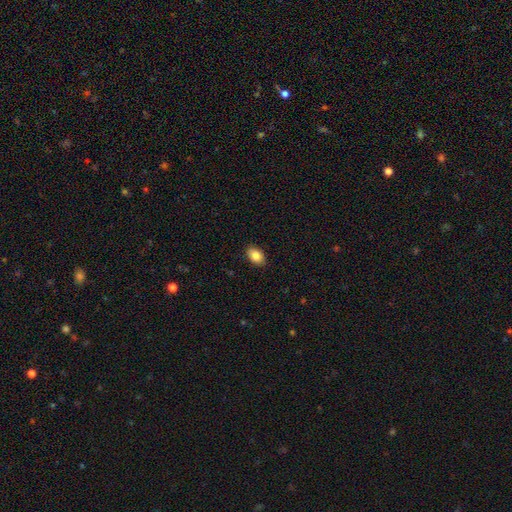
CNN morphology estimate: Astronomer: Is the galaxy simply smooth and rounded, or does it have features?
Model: smooth — 85%.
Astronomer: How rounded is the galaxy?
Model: in between — 87%.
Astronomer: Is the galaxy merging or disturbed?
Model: none — 89%.